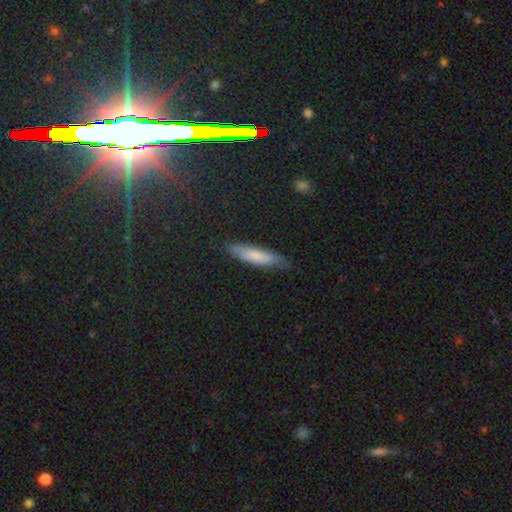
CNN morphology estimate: This is likely a smooth galaxy (73%). How rounded: likely cigar-shaped (76%). Merging: likely none (74%).